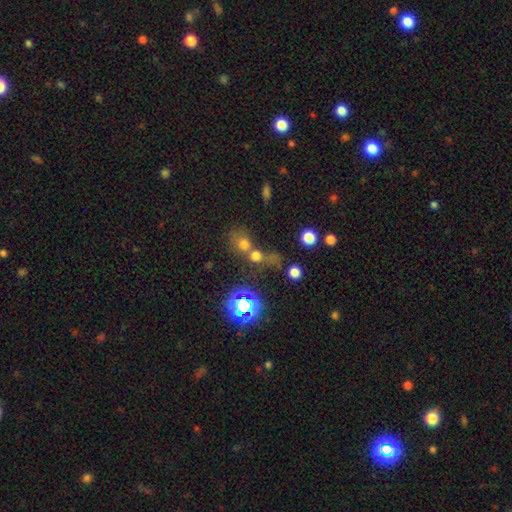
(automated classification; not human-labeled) smooth-or-featured: smooth: 57% | star or artifact: 30% | featured or disk: 13%
  how-rounded: round: 73% | in between: 23% | cigar-shaped: 4%
  merging: merger: 50% | none: 35% | minor disturbance: 8% | major disturbance: 8%